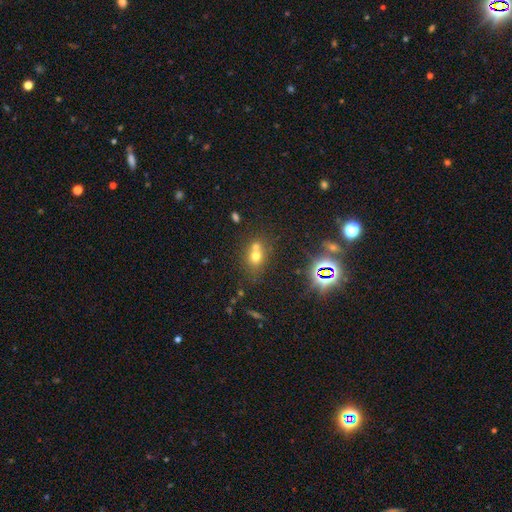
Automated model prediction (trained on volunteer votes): This is likely a smooth galaxy (61%). How rounded: possibly round (56%). Merging: possibly merger (50%).